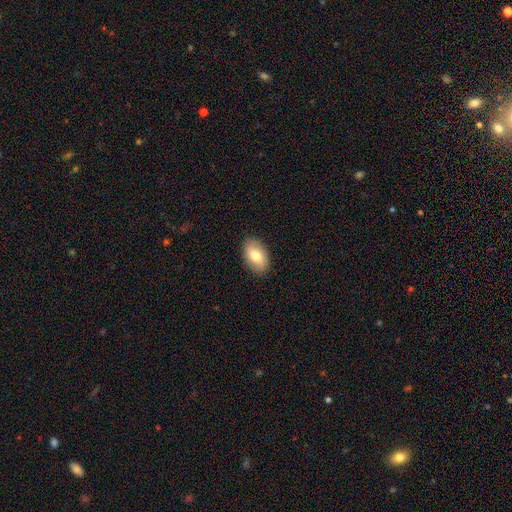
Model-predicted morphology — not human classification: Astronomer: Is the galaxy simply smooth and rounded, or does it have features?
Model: smooth — 74%.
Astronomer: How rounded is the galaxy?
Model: in between — 91%.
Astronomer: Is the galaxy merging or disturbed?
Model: none — 88%.